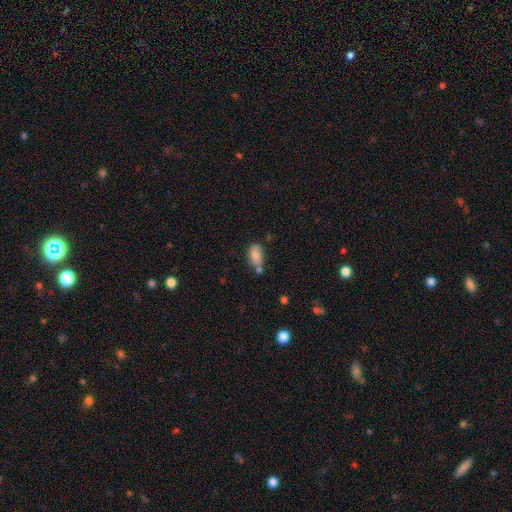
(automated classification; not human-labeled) The model was most divided on "merging": none: 46%, merger: 28%, minor disturbance: 20%, major disturbance: 6%. More confident: how rounded — in between (89%); smooth or featured — smooth (81%).